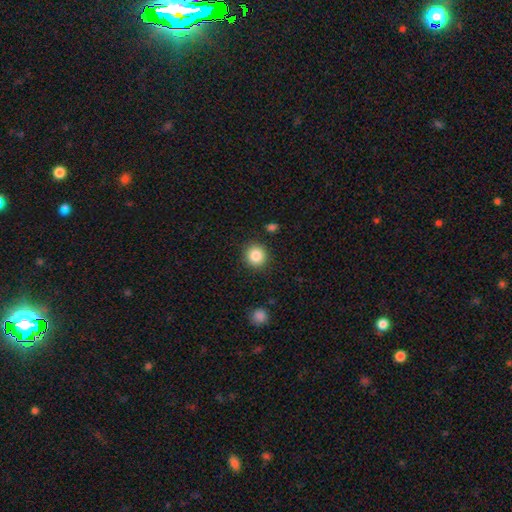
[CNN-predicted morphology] smooth 86%, star or artifact 9%, featured or disk 5%. Down the decision tree: how rounded — round (91%); merging — none (89%).